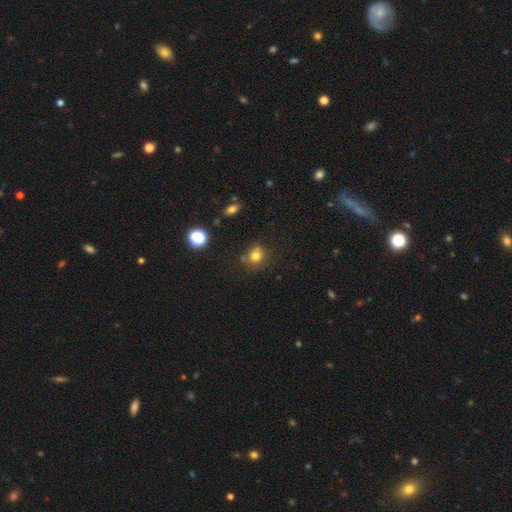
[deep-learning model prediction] The model was most divided on "merging": none: 68%, minor disturbance: 16%, merger: 11%, major disturbance: 5%. More confident: how rounded — round (78%); smooth or featured — smooth (76%).